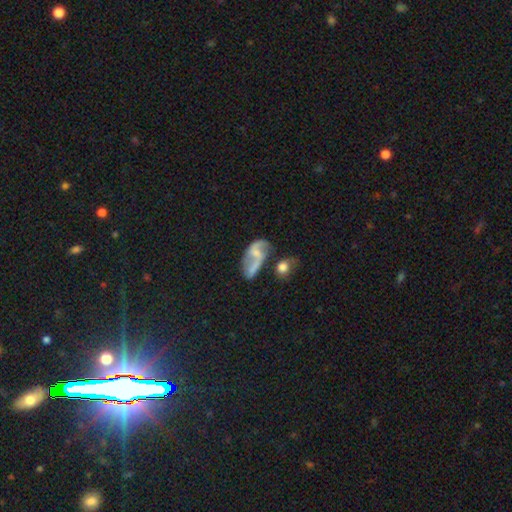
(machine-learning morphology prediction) A featured or disk galaxy (70%) with no bar (43%), 2 (86%) loose (62%) spiral arms (85%) and a small central bulge (51%).

Vote fractions:
- Smooth or featured? featured or disk: 70% / smooth: 20% / star or artifact: 10%
- Edge-on disk? no: 95% / yes: 5%
- Bar? no: 43% / weak: 41% / strong: 16%
- Spiral arms? yes: 85% / no: 15%
- Spiral winding? loose: 62% / medium: 29% / tight: 9%
- Spiral arm count? 2: 86% / 1: 6% / can't tell: 5% / 3: 1% / 4: 1% / more than 4: 1%
- Bulge size? small: 51% / moderate: 23% / none: 22% / large: 3% / dominant: 2%
- Merging? none: 41% / merger: 23% / minor disturbance: 20% / major disturbance: 16%